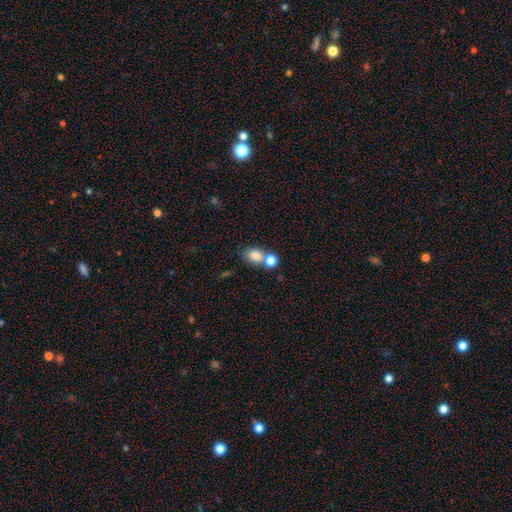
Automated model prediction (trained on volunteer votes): smooth-or-featured: smooth: 80% | star or artifact: 10% | featured or disk: 10%
  how-rounded: in between: 56% | round: 42% | cigar-shaped: 1%
  merging: merger: 46% | none: 41% | minor disturbance: 9% | major disturbance: 4%